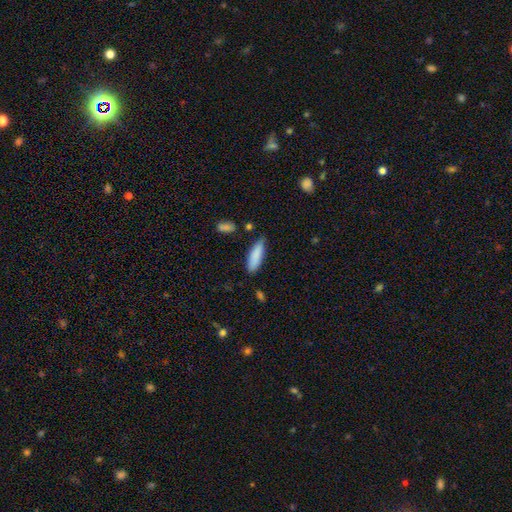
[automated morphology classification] smooth_or_featured: smooth (p=0.87) [alt: featured or disk p=0.07]
how_rounded: cigar-shaped (p=0.50) [alt: in between p=0.49]
merging: none (p=0.75) [alt: minor disturbance p=0.18]